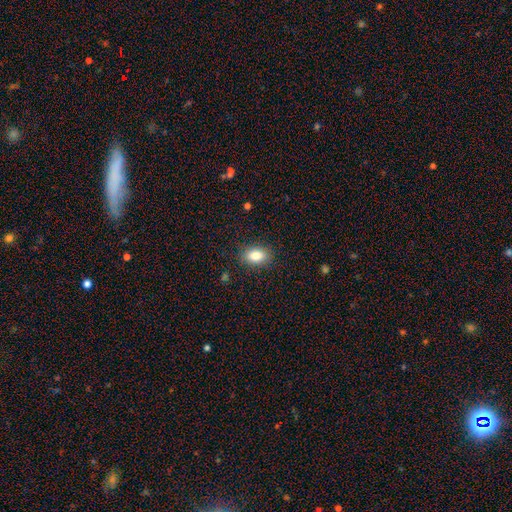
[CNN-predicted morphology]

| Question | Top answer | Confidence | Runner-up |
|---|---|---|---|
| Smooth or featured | smooth | 85% | star or artifact (8%) |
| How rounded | in between | 87% | round (11%) |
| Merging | none | 87% | minor disturbance (9%) |